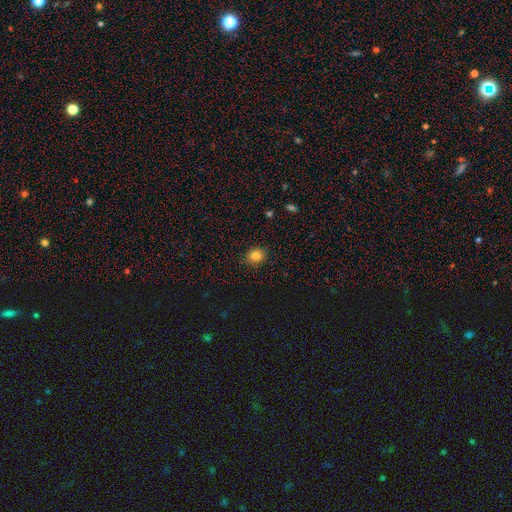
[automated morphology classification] A smooth galaxy with no disk features (82%) that is round (77%).

Vote fractions:
- Smooth or featured? smooth: 82% / star or artifact: 12% / featured or disk: 6%
- How rounded? round: 77% / in between: 22% / cigar-shaped: 1%
- Merging? none: 89% / minor disturbance: 8% / major disturbance: 2% / merger: 1%